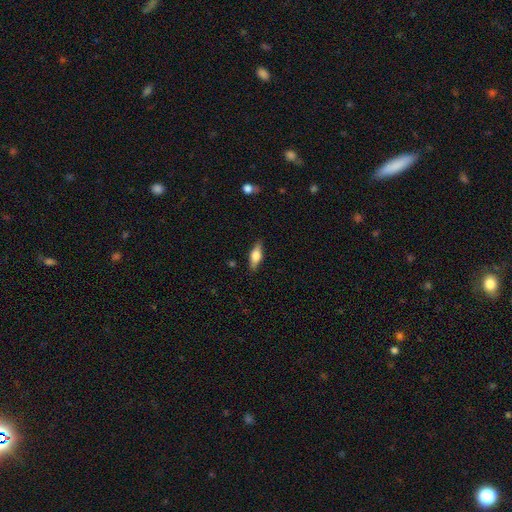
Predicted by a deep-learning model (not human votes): A smooth galaxy with no disk features (52%) that is in between round and cigar-shaped (61%). Merging: none (87%).